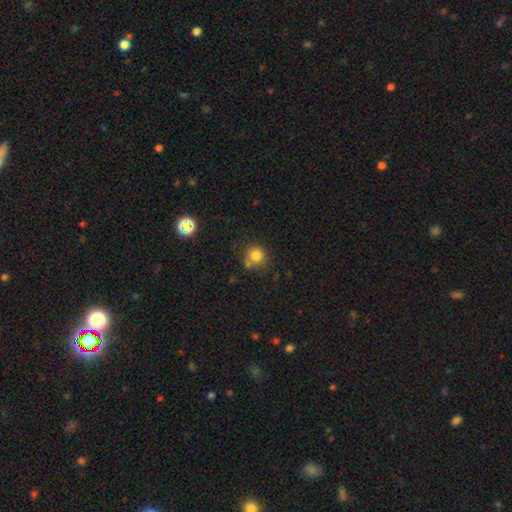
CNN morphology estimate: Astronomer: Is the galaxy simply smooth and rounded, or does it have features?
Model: smooth — 81%.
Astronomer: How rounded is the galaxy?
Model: round — 89%.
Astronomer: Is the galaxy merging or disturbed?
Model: none — 67%.